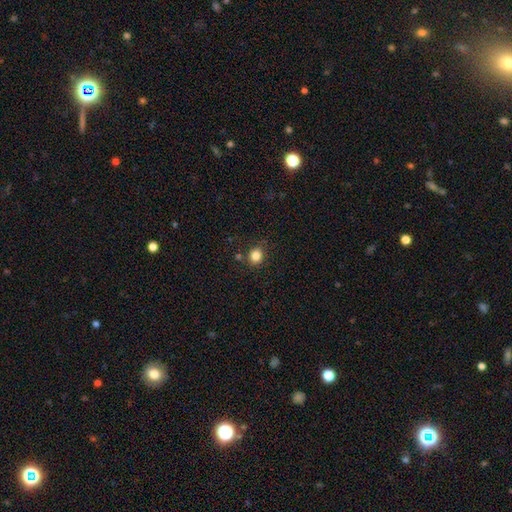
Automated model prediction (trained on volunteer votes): Smooth or featured?
  - smooth: 84% *
  - star or artifact: 12%
  - featured or disk: 5%
How rounded?
  - round: 76% *
  - in between: 23%
  - cigar-shaped: 1%
Merging?
  - none: 80% *
  - minor disturbance: 11%
  - merger: 6%
  - major disturbance: 3%